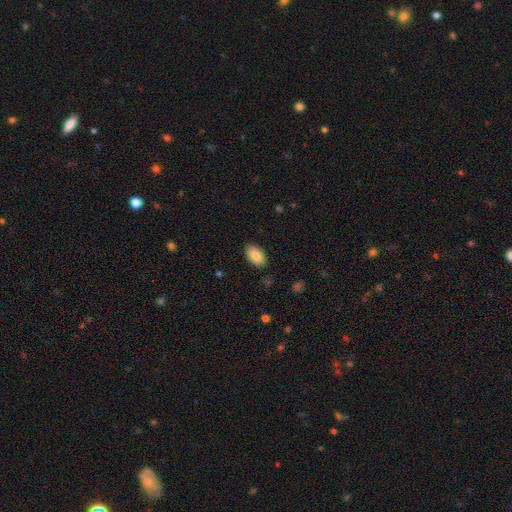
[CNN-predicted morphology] A smooth galaxy with no disk features (86%) that is in between round and cigar-shaped (93%).

Vote fractions:
- Smooth or featured? smooth: 86% / featured or disk: 7% / star or artifact: 7%
- How rounded? in between: 93% / round: 5% / cigar-shaped: 2%
- Merging? none: 87% / minor disturbance: 10% / major disturbance: 2% / merger: 1%